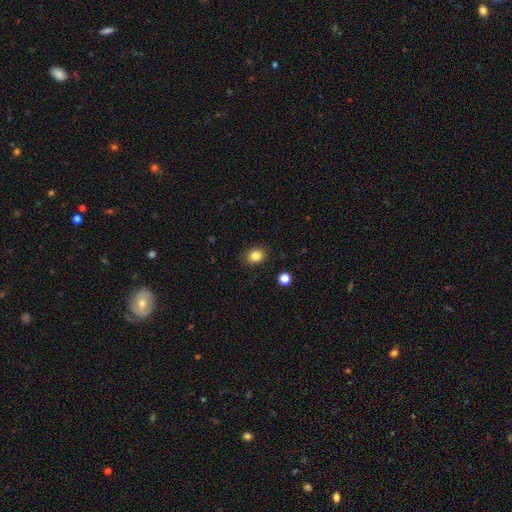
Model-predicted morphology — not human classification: smooth_or_featured: smooth (p=0.84) [alt: star or artifact p=0.11]
how_rounded: round (p=0.54) [alt: in between p=0.45]
merging: none (p=0.88) [alt: minor disturbance p=0.08]